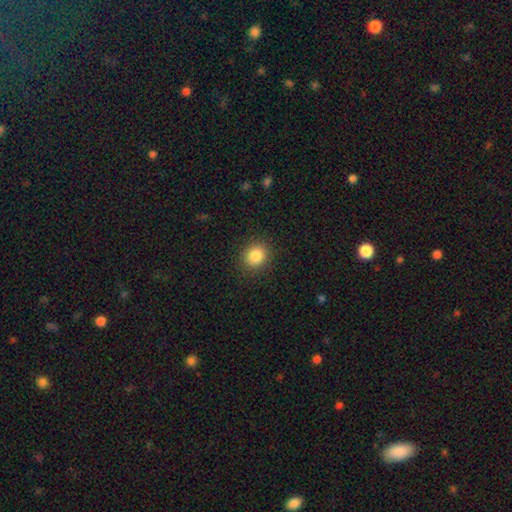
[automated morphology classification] Smooth or featured: smooth — 85% (star or artifact — 10%)
How rounded: round — 78% (in between — 21%)
Merging: none — 89% (minor disturbance — 7%)